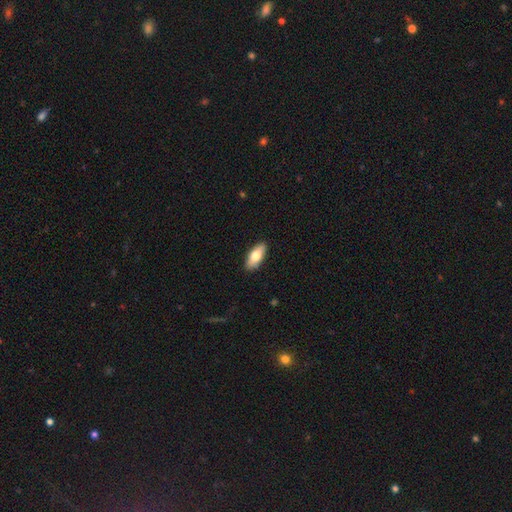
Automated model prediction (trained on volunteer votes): Q: Smooth or featured?
A: smooth (73%); runner-up: featured or disk (21%)
Q: How rounded?
A: in between (83%); runner-up: cigar-shaped (14%)
Q: Merging?
A: none (89%); runner-up: minor disturbance (8%)